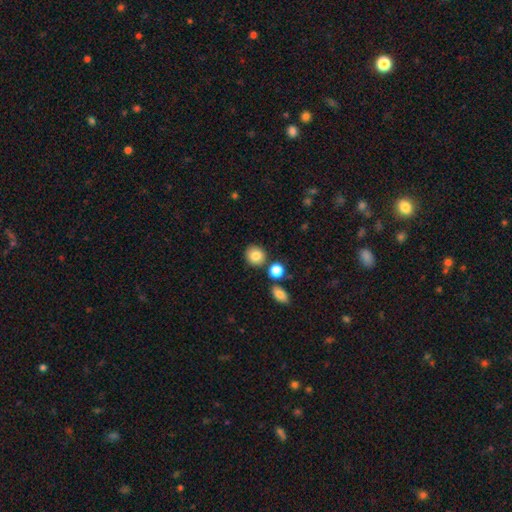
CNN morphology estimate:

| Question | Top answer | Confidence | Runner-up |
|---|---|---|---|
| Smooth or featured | smooth | 84% | star or artifact (9%) |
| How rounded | round | 84% | in between (15%) |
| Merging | none | 81% | minor disturbance (9%) |